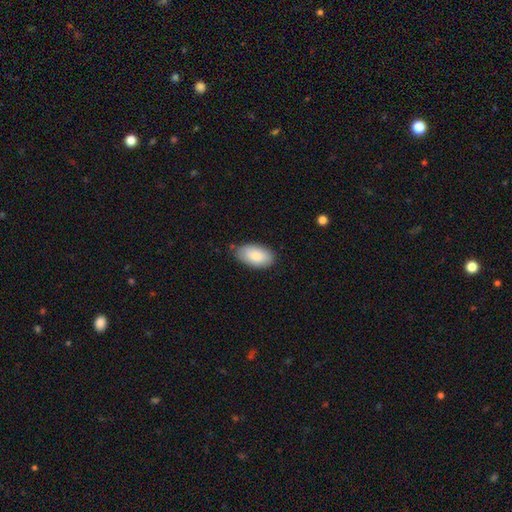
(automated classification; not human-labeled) A smooth galaxy with no disk features (85%) that is in between round and cigar-shaped (95%).

Vote fractions:
- Smooth or featured? smooth: 85% / featured or disk: 10% / star or artifact: 6%
- How rounded? in between: 95% / round: 3% / cigar-shaped: 2%
- Merging? none: 79% / minor disturbance: 16% / major disturbance: 3% / merger: 2%